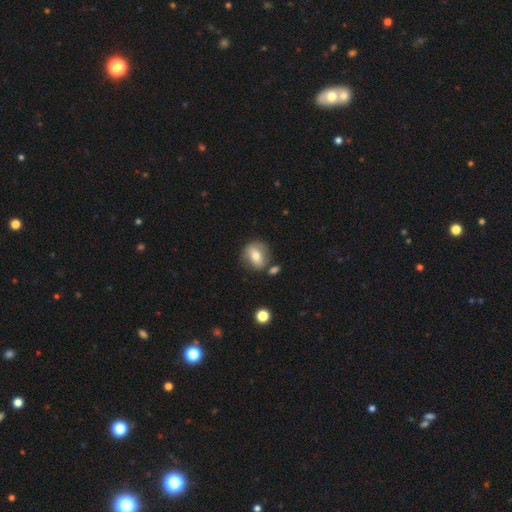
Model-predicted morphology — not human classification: Q: Smooth or featured?
A: smooth (66%); runner-up: featured or disk (25%)
Q: How rounded?
A: round (58%); runner-up: in between (40%)
Q: Merging?
A: none (67%); runner-up: minor disturbance (17%)